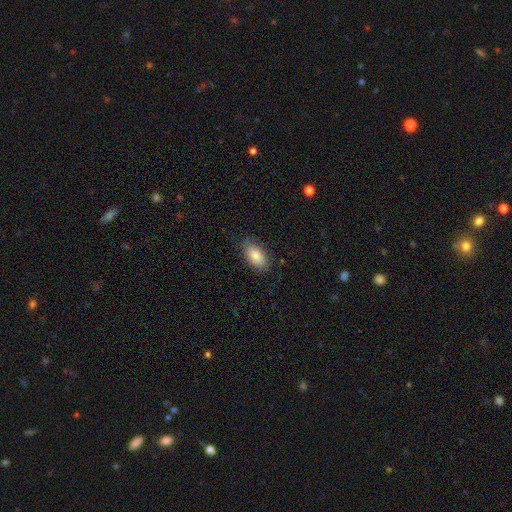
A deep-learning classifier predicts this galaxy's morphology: This is clearly a smooth galaxy (80%). How rounded: clearly in between (94%). Merging: likely none (75%).